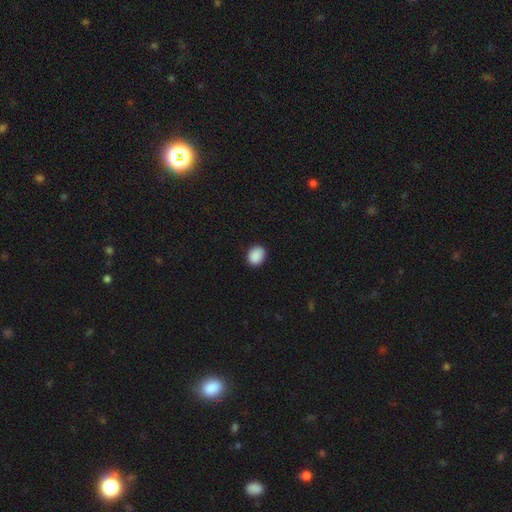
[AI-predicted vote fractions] This is clearly a smooth galaxy (90%). How rounded: possibly round (52%). Merging: clearly none (89%).